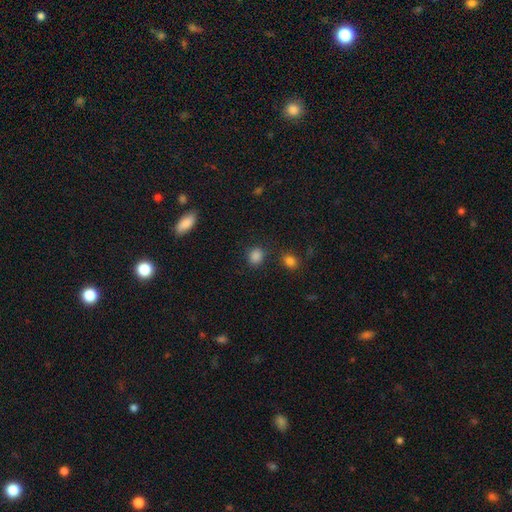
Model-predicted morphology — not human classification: A smooth galaxy with no disk features (85%) that is round (69%). Merging: none (79%).